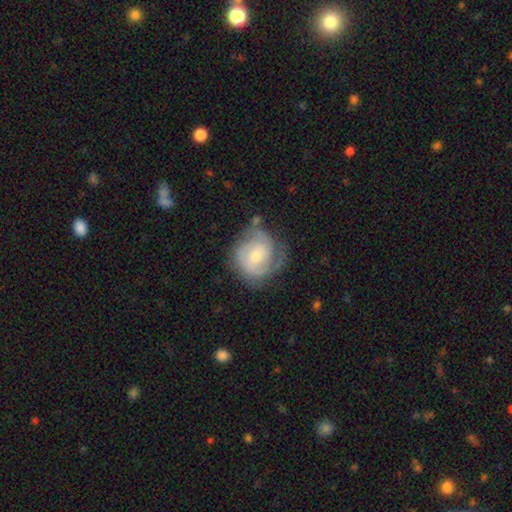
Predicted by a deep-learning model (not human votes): Smooth or featured: featured or disk — 79% (smooth — 15%)
Edge-on disk: no — 98% (yes — 2%)
Bar: no — 57% (weak — 37%)
Spiral arms: yes — 94% (no — 6%)
Spiral winding: tight — 56% (medium — 35%)
Spiral arm count: 2 — 51% (3 — 19%)
Bulge size: small — 48% (moderate — 46%)
Merging: none — 67% (minor disturbance — 22%)